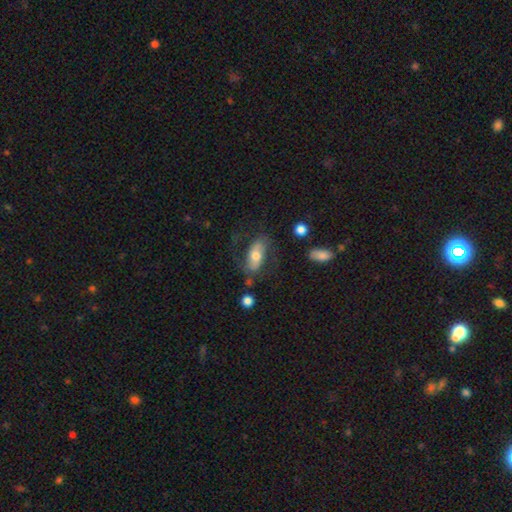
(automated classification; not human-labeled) Q: Smooth or featured?
A: smooth (50%); runner-up: featured or disk (43%)
Q: How rounded?
A: in between (82%); runner-up: cigar-shaped (13%)
Q: Merging?
A: none (61%); runner-up: minor disturbance (20%)